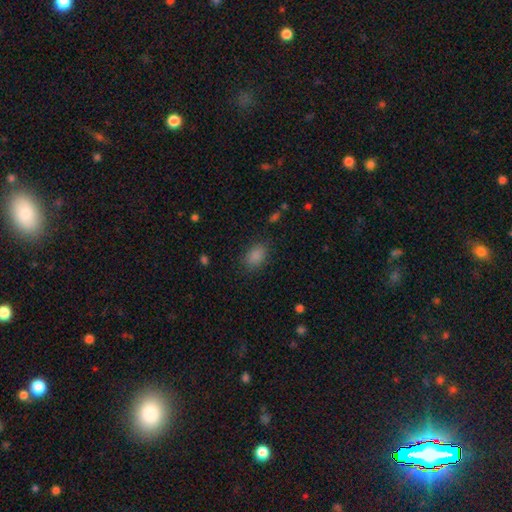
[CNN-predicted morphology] Smooth or featured: smooth — 86% (star or artifact — 10%)
How rounded: in between — 81% (round — 17%)
Merging: none — 82% (minor disturbance — 13%)